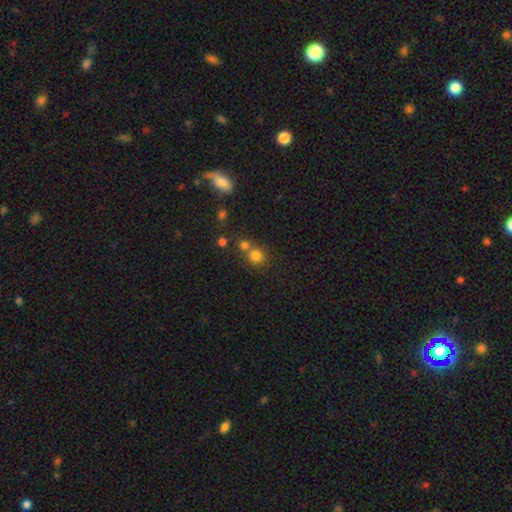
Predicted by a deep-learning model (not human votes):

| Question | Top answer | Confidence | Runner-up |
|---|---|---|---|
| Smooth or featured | smooth | 78% | star or artifact (15%) |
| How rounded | round | 85% | in between (14%) |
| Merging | none | 53% | merger (36%) |